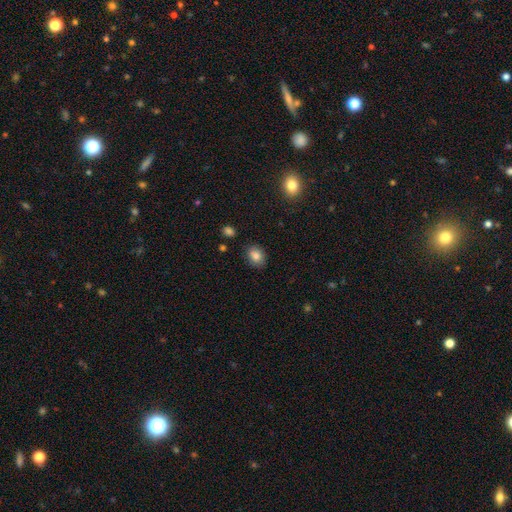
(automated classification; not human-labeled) smooth-or-featured: smooth: 83% | star or artifact: 10% | featured or disk: 8%
  how-rounded: in between: 61% | round: 38% | cigar-shaped: 1%
  merging: none: 85% | minor disturbance: 11% | major disturbance: 2% | merger: 2%